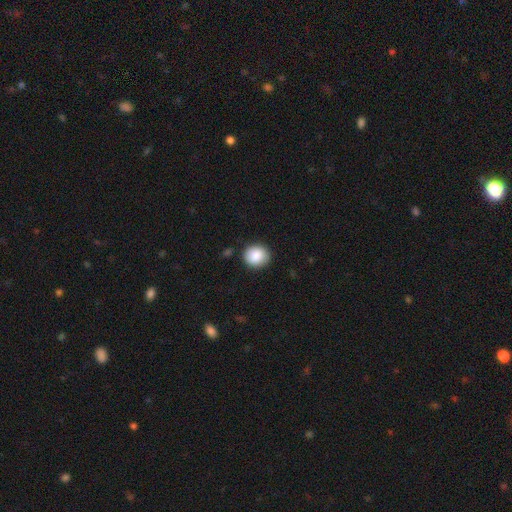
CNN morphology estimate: smooth-or-featured: smooth: 87% | star or artifact: 8% | featured or disk: 5%
  how-rounded: round: 87% | in between: 12% | cigar-shaped: 1%
  merging: none: 88% | minor disturbance: 8% | major disturbance: 2% | merger: 2%